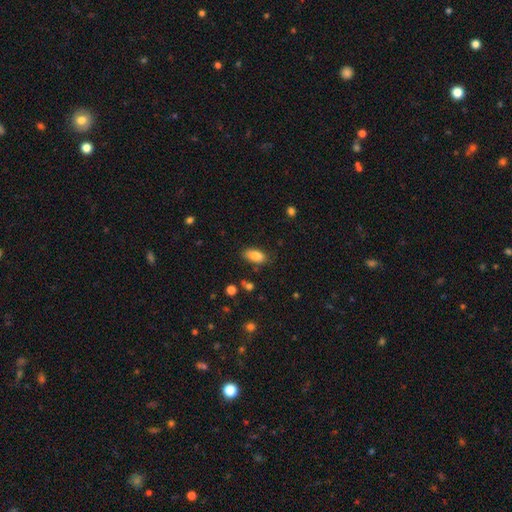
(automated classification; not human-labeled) A smooth galaxy with no disk features (87%) that is in between round and cigar-shaped (90%).

Vote fractions:
- Smooth or featured? smooth: 87% / star or artifact: 8% / featured or disk: 5%
- How rounded? in between: 90% / cigar-shaped: 6% / round: 3%
- Merging? none: 77% / minor disturbance: 17% / major disturbance: 4% / merger: 2%